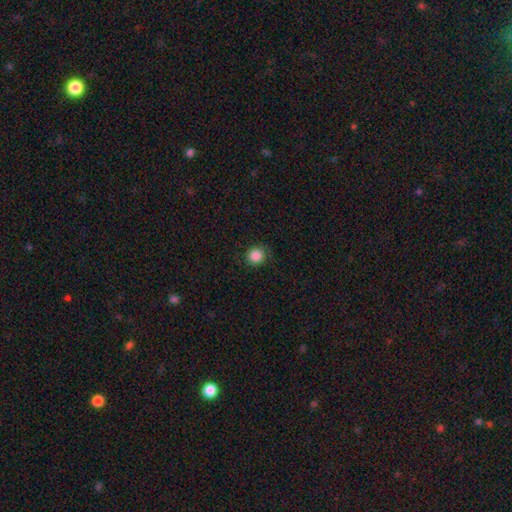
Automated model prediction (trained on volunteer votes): smooth-or-featured: smooth: 86% | star or artifact: 10% | featured or disk: 4%
  how-rounded: round: 90% | in between: 9% | cigar-shaped: 1%
  merging: none: 84% | minor disturbance: 12% | major disturbance: 3% | merger: 1%